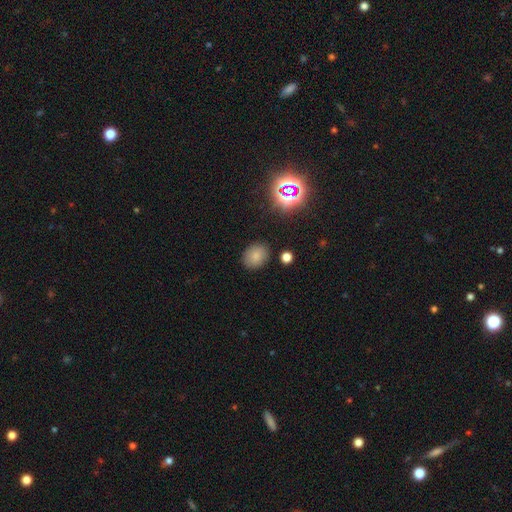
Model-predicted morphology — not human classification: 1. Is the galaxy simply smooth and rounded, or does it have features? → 79% smooth, 15% star or artifact, 6% featured or disk.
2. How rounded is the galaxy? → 51% in between, 48% round, 1% cigar-shaped.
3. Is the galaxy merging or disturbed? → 86% none, 9% minor disturbance, 3% major disturbance, 2% merger.